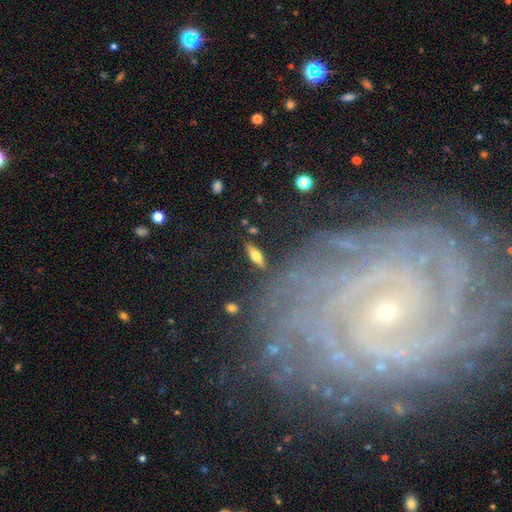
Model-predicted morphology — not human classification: Smooth or featured? smooth (56%)
How rounded? in between (49%)
Merging? none (84%)